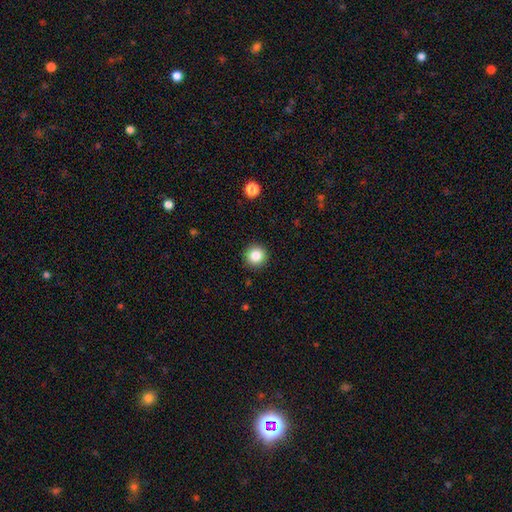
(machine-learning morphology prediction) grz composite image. It shows a smooth galaxy with no disk features (84%) that is round (95%). Merging: none (92%).